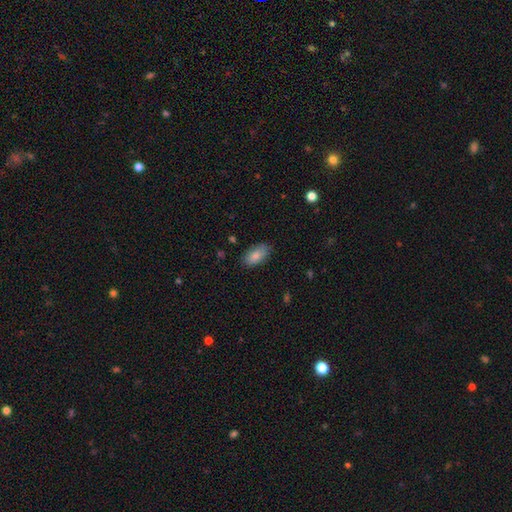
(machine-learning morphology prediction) This is clearly a smooth galaxy (84%). How rounded: clearly in between (93%). Merging: clearly none (82%).